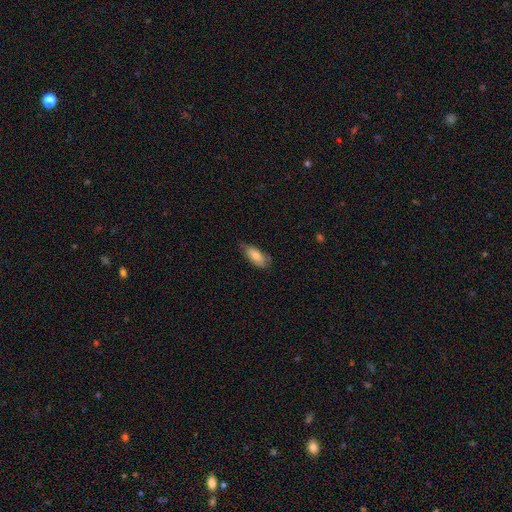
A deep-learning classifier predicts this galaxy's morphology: smooth 80%, featured or disk 14%, star or artifact 6%. Down the decision tree: how rounded — in between (83%); merging — none (64%).